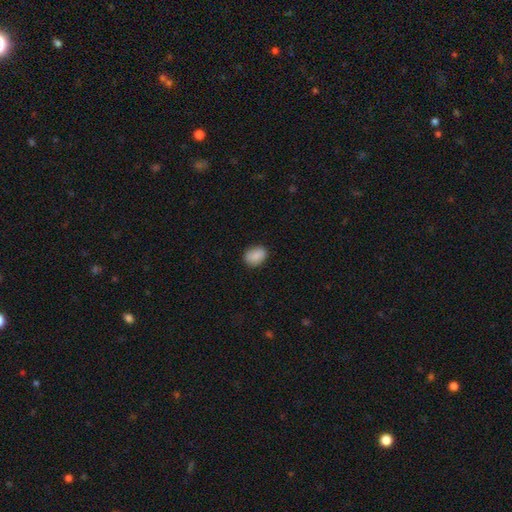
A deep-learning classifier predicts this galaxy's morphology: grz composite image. It shows a smooth galaxy with no disk features (86%) that is in between round and cigar-shaped (61%). Merging: none (85%).